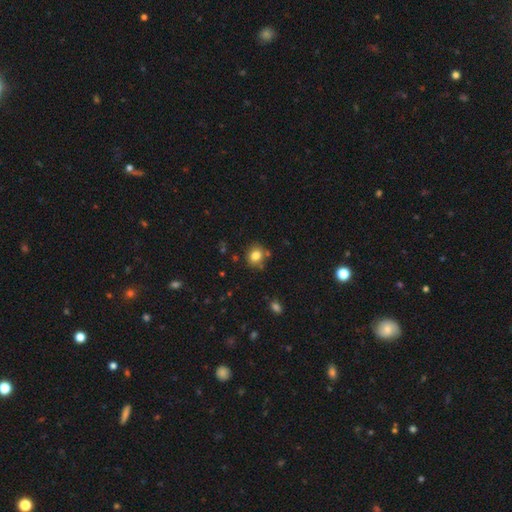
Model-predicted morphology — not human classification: Smooth or featured?
  - smooth: 81% *
  - star or artifact: 12%
  - featured or disk: 8%
How rounded?
  - round: 73% *
  - in between: 26%
  - cigar-shaped: 1%
Merging?
  - none: 77% *
  - minor disturbance: 13%
  - merger: 7%
  - major disturbance: 3%